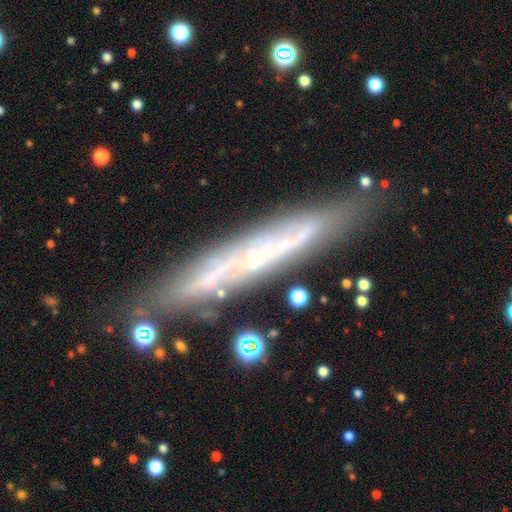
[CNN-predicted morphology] A featured or disk galaxy (68%) viewed edge-on (74%) with no central bulge (78%). Merging: none (82%).